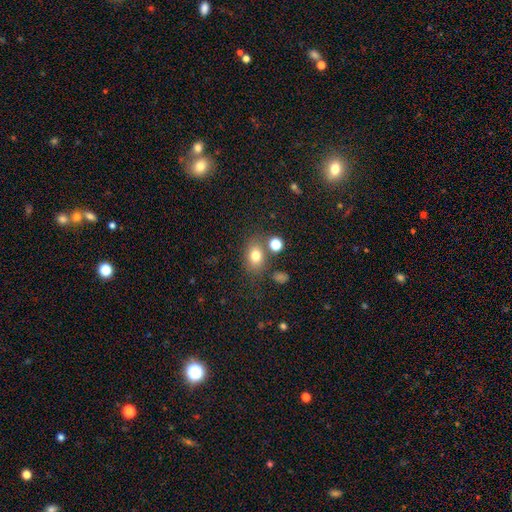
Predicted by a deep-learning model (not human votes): The model was most divided on "how rounded": in between: 61%, round: 38%, cigar-shaped: 1%. More confident: smooth or featured — smooth (77%); merging — none (70%).